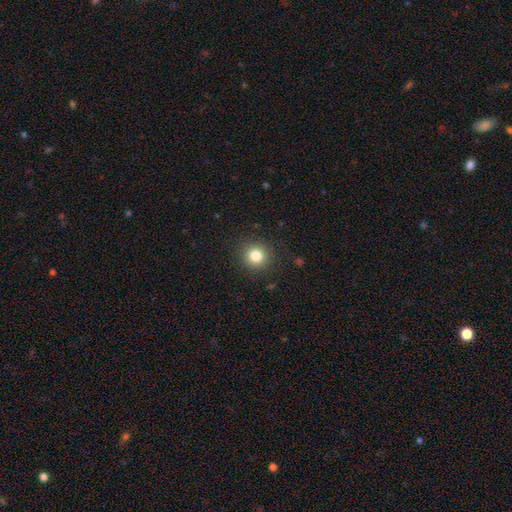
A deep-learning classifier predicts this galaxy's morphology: This appears to be a smooth galaxy with no disk features (82%) that is round (93%). Merging: none (90%).